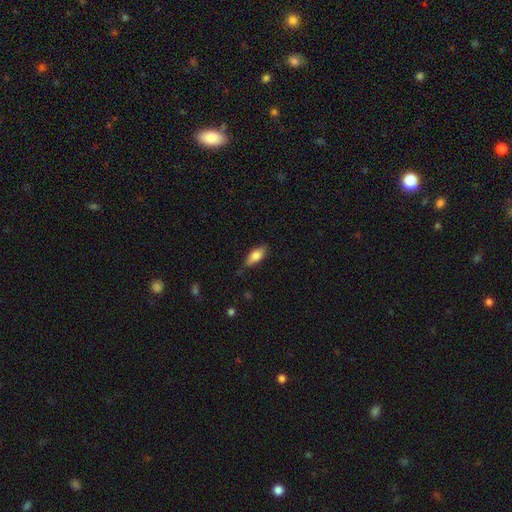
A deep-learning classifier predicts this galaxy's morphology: Q: Smooth or featured?
A: smooth (75%); runner-up: featured or disk (18%)
Q: How rounded?
A: in between (78%); runner-up: cigar-shaped (19%)
Q: Merging?
A: none (74%); runner-up: minor disturbance (21%)